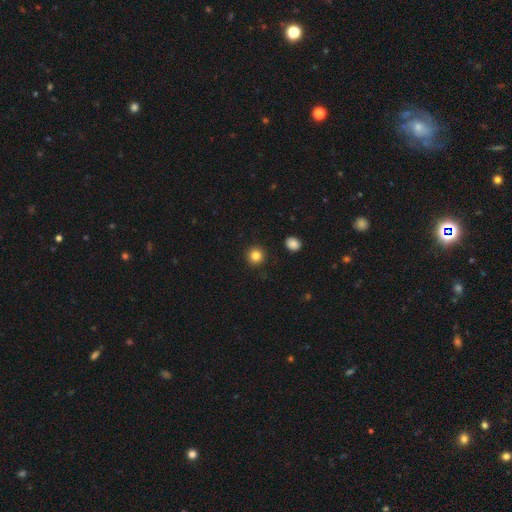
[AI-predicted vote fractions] This appears to be a smooth galaxy with no disk features (83%) that is round (95%). Merging: none (92%).